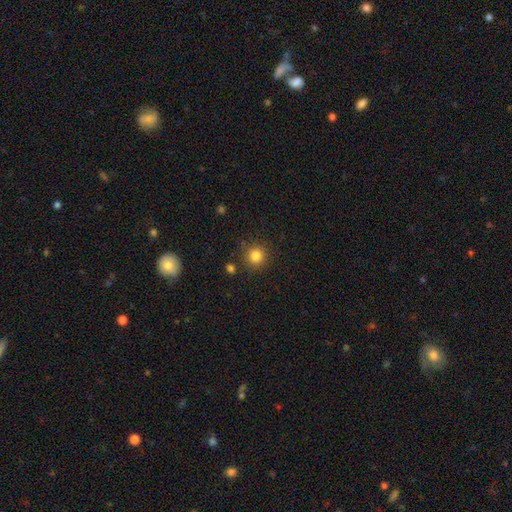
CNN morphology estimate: Smooth or featured? Predicted: smooth (p=0.83). How rounded? Predicted: round (p=0.93). Merging? Predicted: none (p=0.87).